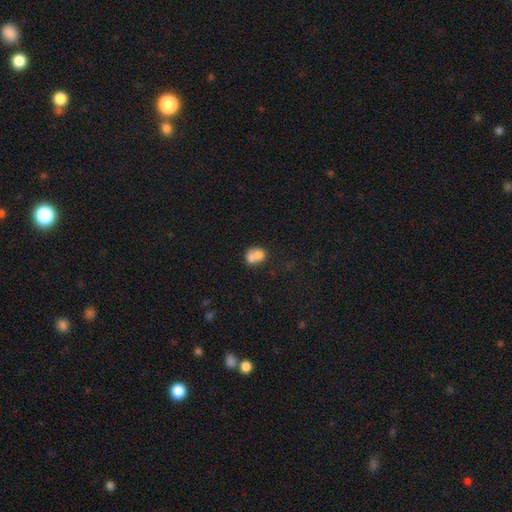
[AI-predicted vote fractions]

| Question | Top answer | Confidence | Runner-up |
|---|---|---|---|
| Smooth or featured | smooth | 67% | featured or disk (23%) |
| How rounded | round | 60% | in between (39%) |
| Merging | merger | 67% | none (22%) |